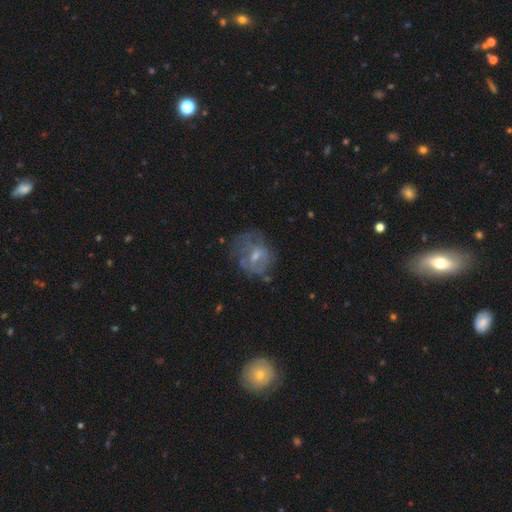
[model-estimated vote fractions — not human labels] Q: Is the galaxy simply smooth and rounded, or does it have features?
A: featured or disk — 55%.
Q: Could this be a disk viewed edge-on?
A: no — 96%.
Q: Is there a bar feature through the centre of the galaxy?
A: no — 47%.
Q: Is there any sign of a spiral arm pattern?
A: no — 53%.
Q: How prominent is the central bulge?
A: small — 46%.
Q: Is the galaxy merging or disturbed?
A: none — 56%.